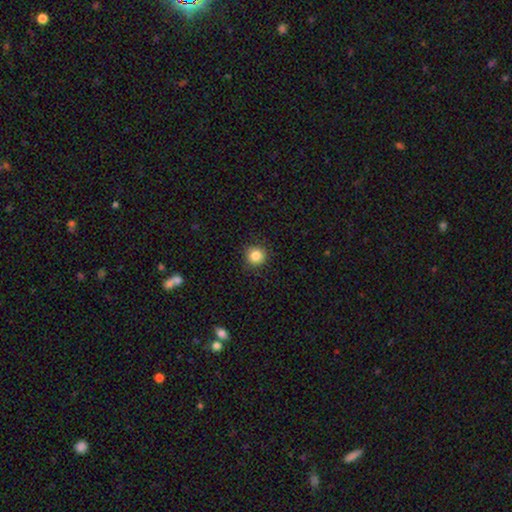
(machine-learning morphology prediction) Smooth or featured? Predicted: smooth (p=0.84). How rounded? Predicted: round (p=0.93). Merging? Predicted: none (p=0.91).